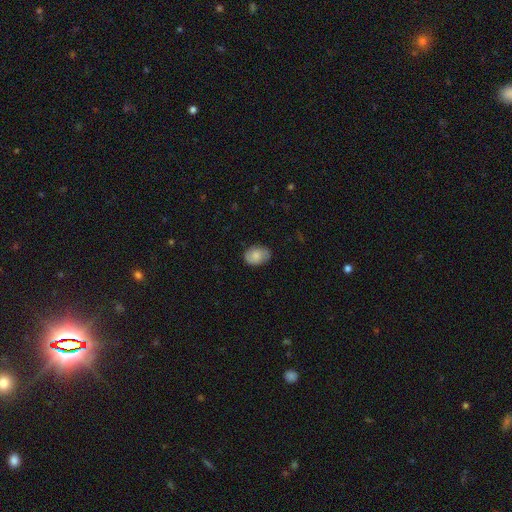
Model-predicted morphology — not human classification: The model was most divided on "how rounded": in between: 73%, round: 26%, cigar-shaped: 1%. More confident: merging — none (79%); smooth or featured — smooth (73%).